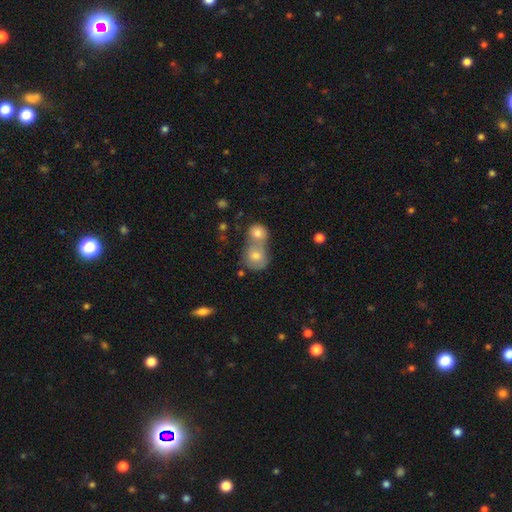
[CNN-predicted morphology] type=smooth (74%); roundness=round (74%); merging=merger (65%).